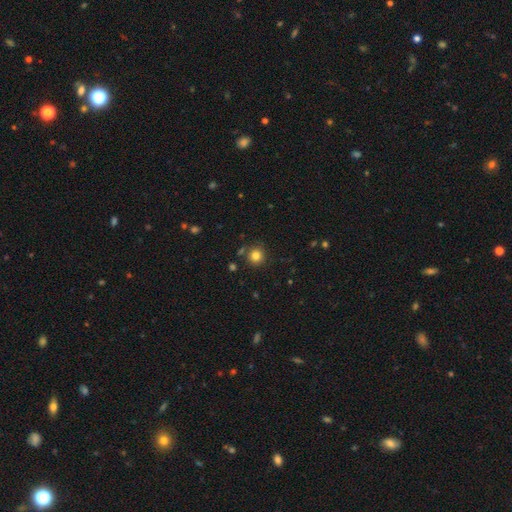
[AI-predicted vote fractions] Smooth or featured? Predicted: smooth (p=0.82). How rounded? Predicted: round (p=0.92). Merging? Predicted: none (p=0.83).